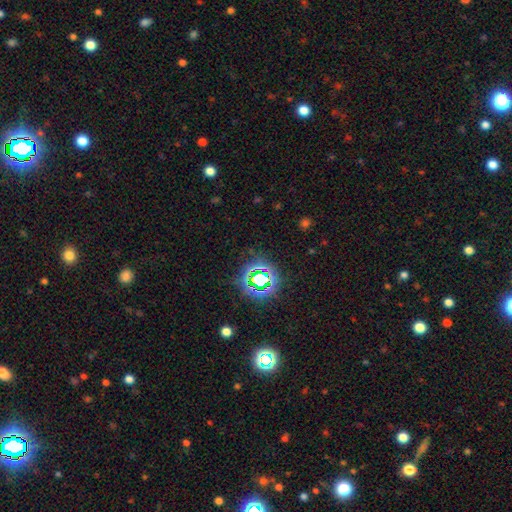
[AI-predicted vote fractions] Smooth or featured?
  - star or artifact: 77% *
  - smooth: 16%
  - featured or disk: 7%